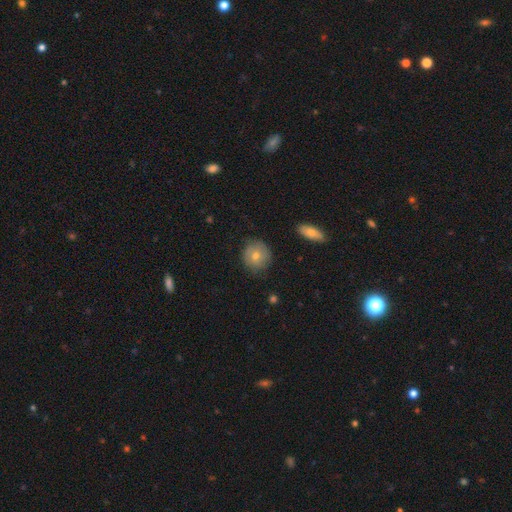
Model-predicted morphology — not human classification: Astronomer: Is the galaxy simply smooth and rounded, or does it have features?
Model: smooth — 60%.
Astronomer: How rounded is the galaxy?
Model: round — 88%.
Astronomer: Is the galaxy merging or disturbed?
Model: none — 84%.